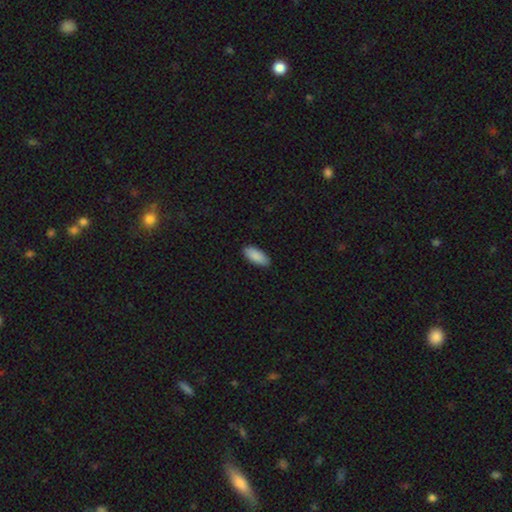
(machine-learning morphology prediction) A smooth galaxy with no disk features (90%) that is in between round and cigar-shaped (89%). Merging: none (89%).